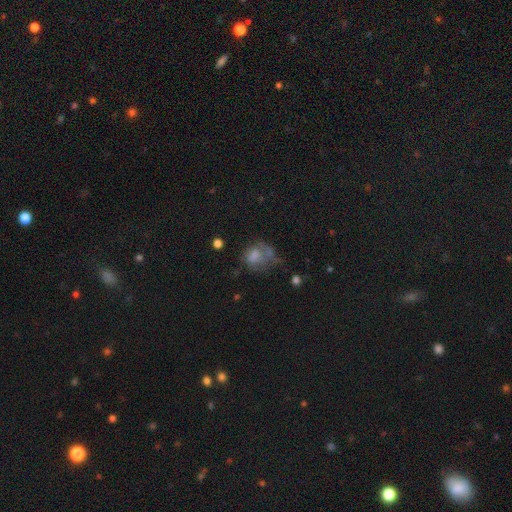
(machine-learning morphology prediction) A smooth galaxy with no disk features (59%) that is in between round and cigar-shaped (50%).

Vote fractions:
- Smooth or featured? smooth: 59% / featured or disk: 27% / star or artifact: 14%
- How rounded? in between: 50% / round: 49% / cigar-shaped: 1%
- Merging? major disturbance: 35% / none: 27% / minor disturbance: 24% / merger: 14%